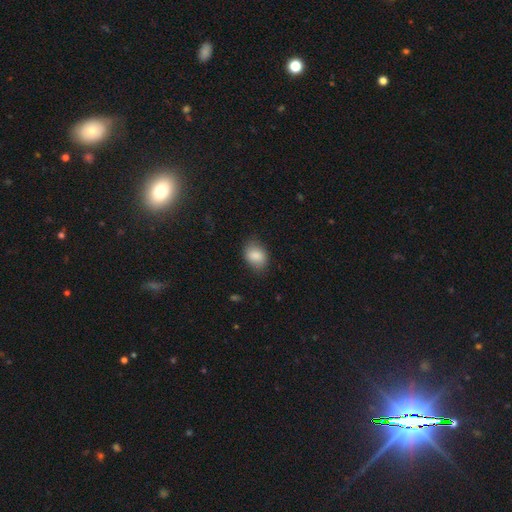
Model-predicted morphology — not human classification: A smooth galaxy with no disk features (86%) that is in between round and cigar-shaped (70%).

Vote fractions:
- Smooth or featured? smooth: 86% / star or artifact: 7% / featured or disk: 7%
- How rounded? in between: 70% / round: 29% / cigar-shaped: 1%
- Merging? none: 76% / minor disturbance: 18% / major disturbance: 5% / merger: 1%